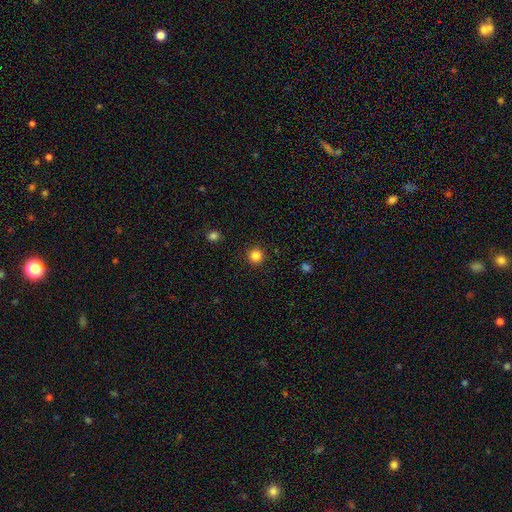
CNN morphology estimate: Smooth or featured? Predicted: smooth (p=0.84). How rounded? Predicted: round (p=0.95). Merging? Predicted: none (p=0.92).